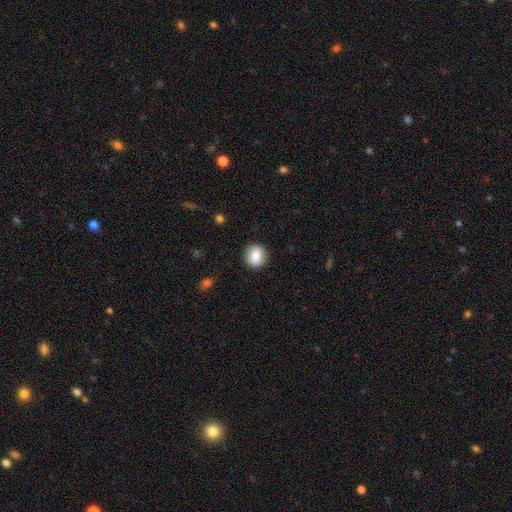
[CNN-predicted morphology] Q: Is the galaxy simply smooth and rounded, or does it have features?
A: smooth — 79%.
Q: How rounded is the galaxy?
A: round — 85%.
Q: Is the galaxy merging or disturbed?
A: none — 89%.